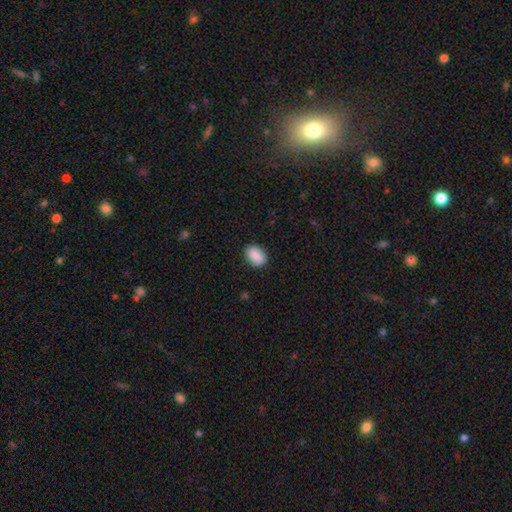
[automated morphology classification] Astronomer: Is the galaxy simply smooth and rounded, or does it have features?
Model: smooth — 88%.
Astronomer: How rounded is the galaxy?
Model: in between — 76%.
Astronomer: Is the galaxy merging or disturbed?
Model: none — 87%.